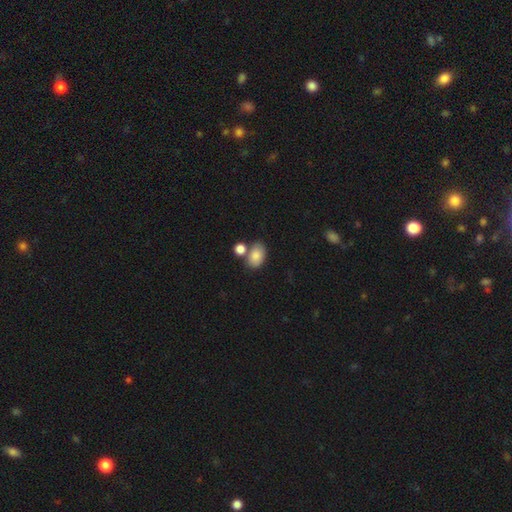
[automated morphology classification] smooth 84%, featured or disk 8%, star or artifact 8%. Down the decision tree: how rounded — in between (84%); merging — none (56%).